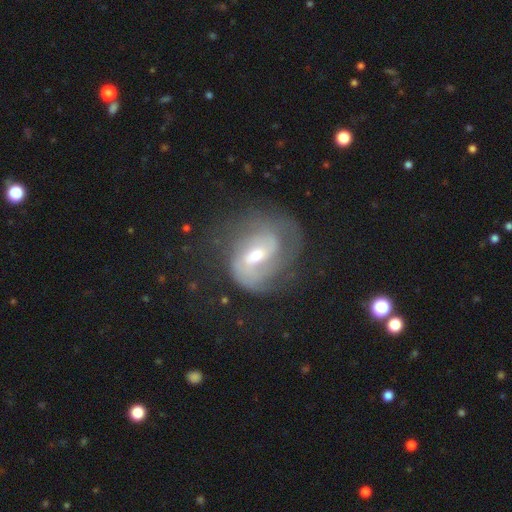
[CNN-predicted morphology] Smooth or featured: featured or disk — 79% (smooth — 13%)
Edge-on disk: no — 97% (yes — 3%)
Bar: weak — 51% (no — 26%)
Spiral arms: yes — 90% (no — 10%)
Spiral winding: medium — 43% (tight — 37%)
Spiral arm count: 2 — 55% (can't tell — 22%)
Bulge size: moderate — 52% (small — 42%)
Merging: none — 56% (minor disturbance — 21%)